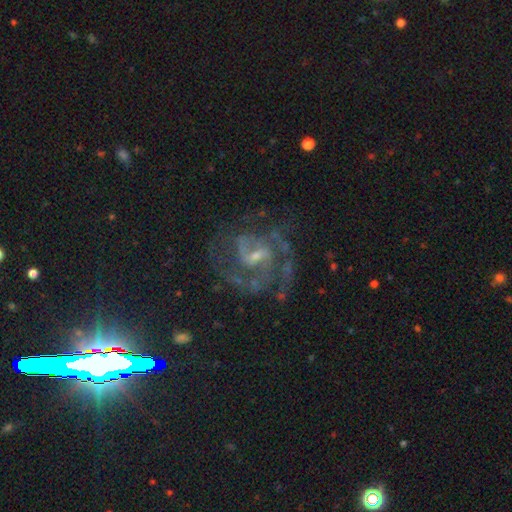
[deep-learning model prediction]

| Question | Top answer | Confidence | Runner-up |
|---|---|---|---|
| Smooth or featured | featured or disk | 82% | star or artifact (12%) |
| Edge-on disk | no | 98% | yes (2%) |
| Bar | weak | 54% | no (26%) |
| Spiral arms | yes | 95% | no (5%) |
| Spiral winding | medium | 51% | tight (37%) |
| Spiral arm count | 2 | 48% | 3 (19%) |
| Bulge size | small | 60% | moderate (25%) |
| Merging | none | 67% | minor disturbance (16%) |